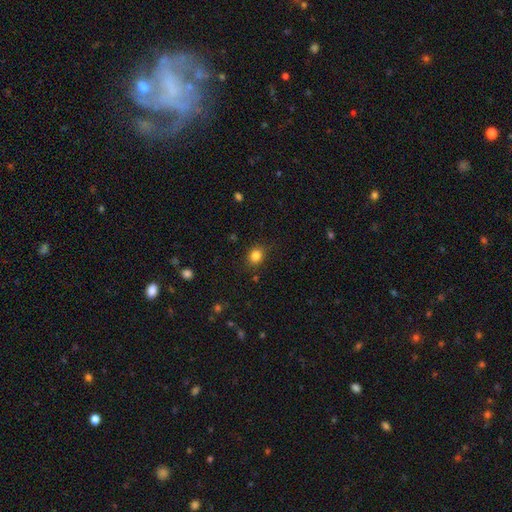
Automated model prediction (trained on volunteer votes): Overall: smooth (83%). How rounded: round (60%; in between 39%). Merging: none (81%).